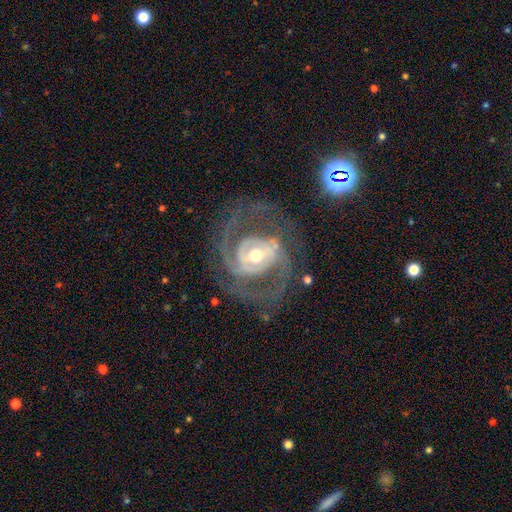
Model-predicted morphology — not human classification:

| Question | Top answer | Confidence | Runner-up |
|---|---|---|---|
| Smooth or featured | featured or disk | 91% | star or artifact (5%) |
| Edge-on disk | no | 97% | yes (3%) |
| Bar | no | 38% | tied: weak (38%) |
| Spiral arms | yes | 96% | no (4%) |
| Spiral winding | tight | 45% | medium (44%) |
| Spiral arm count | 2 | 57% | 3 (20%) |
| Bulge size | moderate | 65% | small (27%) |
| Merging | none | 66% | major disturbance (16%) |